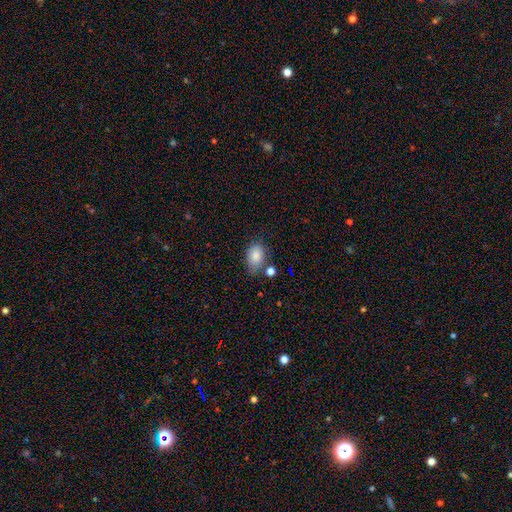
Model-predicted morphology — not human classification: Overall: smooth (83%). How rounded: in between (79%). Merging: none (58%; minor disturbance 26%).